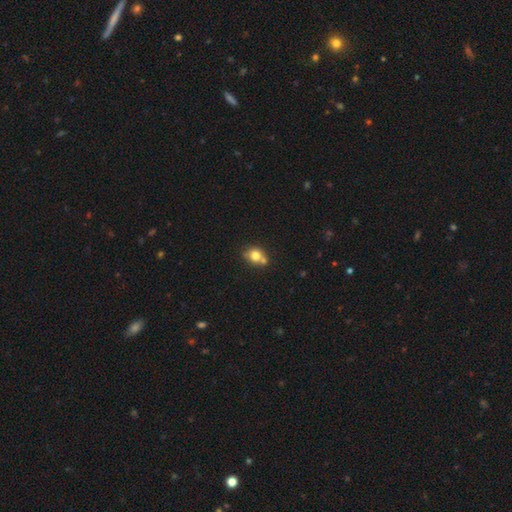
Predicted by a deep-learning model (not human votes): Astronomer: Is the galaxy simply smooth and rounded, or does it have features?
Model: smooth — 74%.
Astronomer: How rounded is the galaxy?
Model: round — 59% (runner-up: in between, 39%).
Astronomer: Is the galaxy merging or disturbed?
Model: none — 52% (runner-up: merger, 31%).